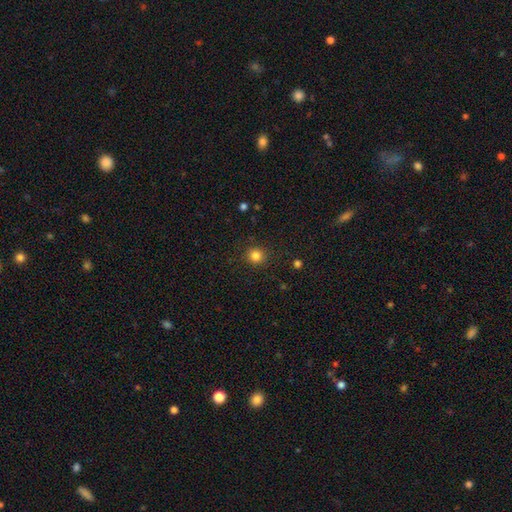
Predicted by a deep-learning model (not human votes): Smooth or featured: smooth — 83% (star or artifact — 13%)
How rounded: round — 92% (in between — 7%)
Merging: none — 90% (minor disturbance — 6%)